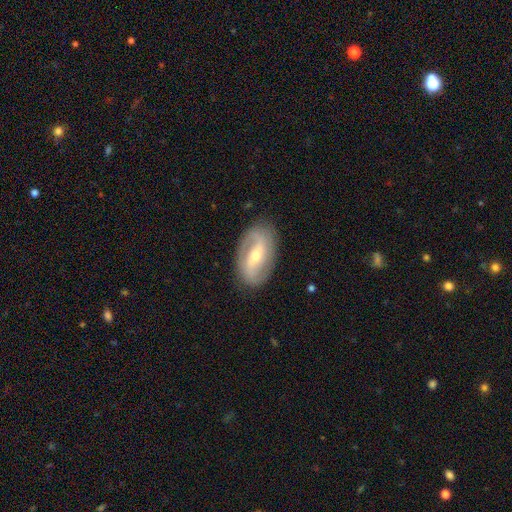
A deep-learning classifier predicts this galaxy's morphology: This is clearly a featured or disk galaxy (81%). It is clearly not viewed edge-on (94%). Bar: marginally strong (39%). Spiral arm pattern: clearly yes (87%). Spiral arm count: clearly 2 (88%). Spiral winding: marginally medium (40%). Central bulge: possibly small (49%). Merging: clearly none (85%).